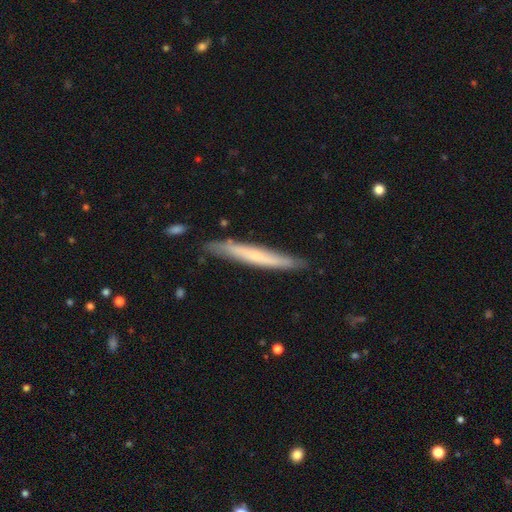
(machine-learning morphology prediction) smooth_or_featured: smooth (p=0.49) [alt: featured or disk p=0.45]
merging: none (p=0.81) [alt: minor disturbance p=0.15]